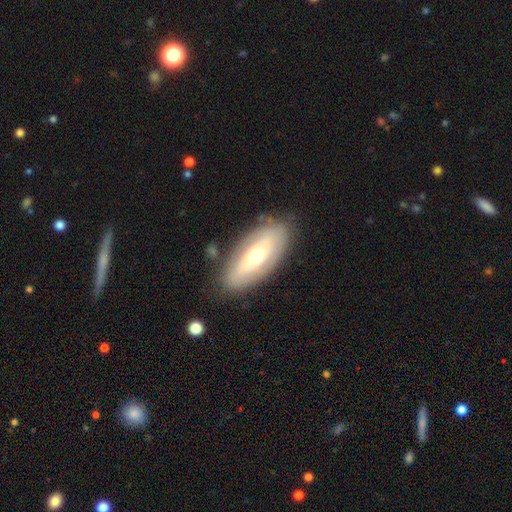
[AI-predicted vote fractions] featured or disk 50%, smooth 44%, star or artifact 6%. Down the decision tree: merging — none (79%).